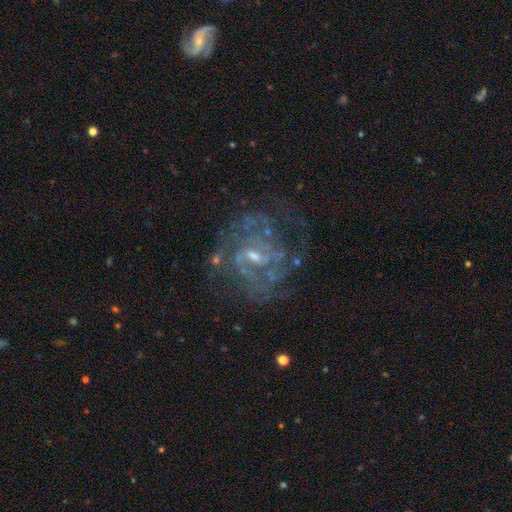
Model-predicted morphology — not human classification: This appears to be a featured or disk galaxy (83%) with a weak bar (50%), tight (47%) spiral arms (87%) and a small central bulge (62%). Merging: none (66%).